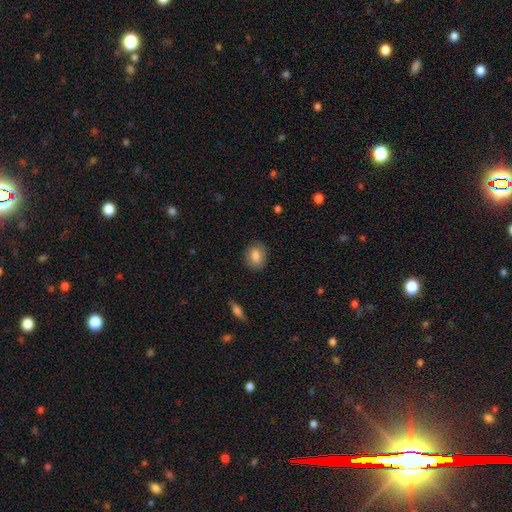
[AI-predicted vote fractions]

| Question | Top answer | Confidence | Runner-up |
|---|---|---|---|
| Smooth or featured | smooth | 76% | featured or disk (17%) |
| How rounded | in between | 62% | round (37%) |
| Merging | none | 82% | minor disturbance (13%) |